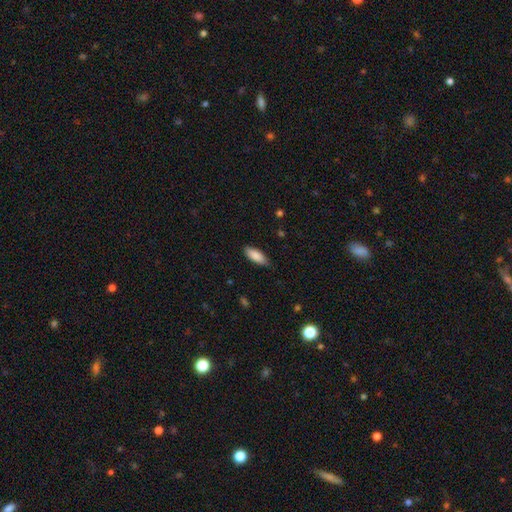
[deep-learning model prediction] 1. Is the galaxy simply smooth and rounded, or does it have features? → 88% smooth, 6% featured or disk, 6% star or artifact.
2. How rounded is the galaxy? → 77% in between, 21% cigar-shaped, 2% round.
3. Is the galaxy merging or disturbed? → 80% none, 16% minor disturbance, 3% major disturbance, 1% merger.